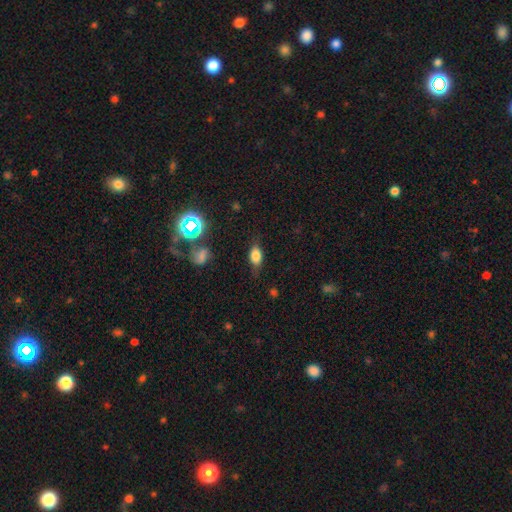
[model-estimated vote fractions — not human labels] smooth_or_featured: smooth (p=0.76) [alt: featured or disk p=0.13]
how_rounded: in between (p=0.82) [alt: round p=0.12]
merging: none (p=0.72) [alt: minor disturbance p=0.20]